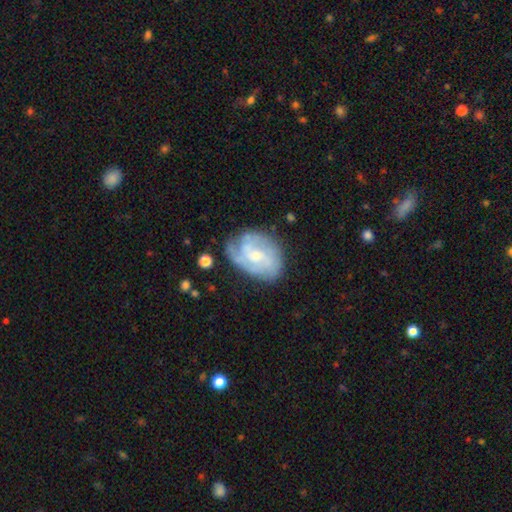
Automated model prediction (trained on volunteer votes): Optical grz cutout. It shows a featured or disk galaxy (73%) with no bar (56%), tight (49%) spiral arms (85%) and a small central bulge (50%). Merging: none (62%).